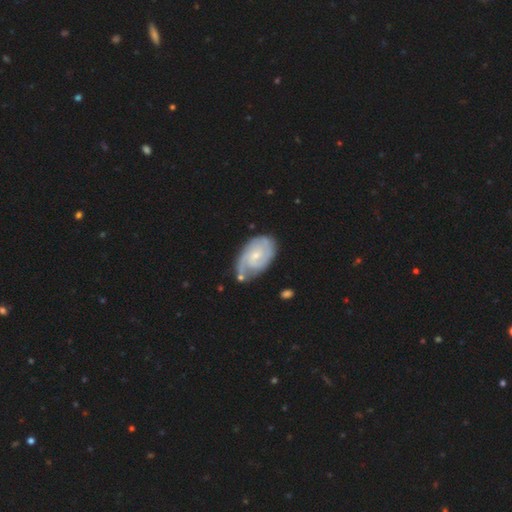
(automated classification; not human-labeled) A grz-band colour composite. It shows a featured or disk galaxy (80%) with no bar (59%), 2 (48%) tight (57%) spiral arms (95%) and a small central bulge (67%). Merging: none (61%).